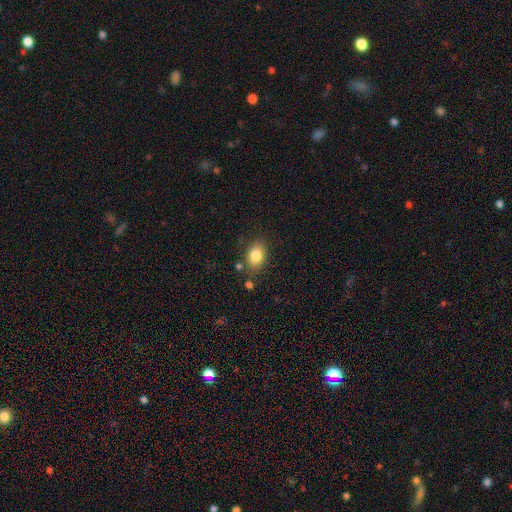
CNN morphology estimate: type=smooth (83%); roundness=in between (79%); merging=none (78%).